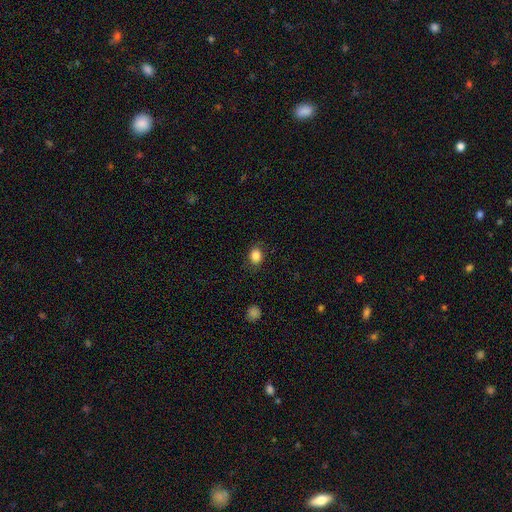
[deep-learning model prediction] A smooth galaxy with no disk features (85%) that is round (51%). Merging: none (82%).